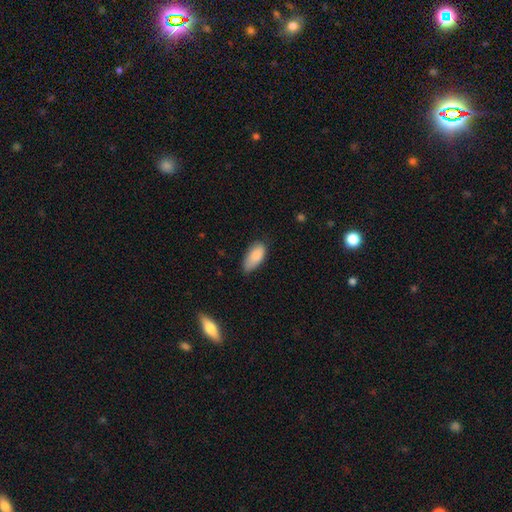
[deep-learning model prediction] Smooth or featured: smooth — 88% (star or artifact — 7%)
How rounded: in between — 90% (cigar-shaped — 8%)
Merging: none — 62% (minor disturbance — 31%)